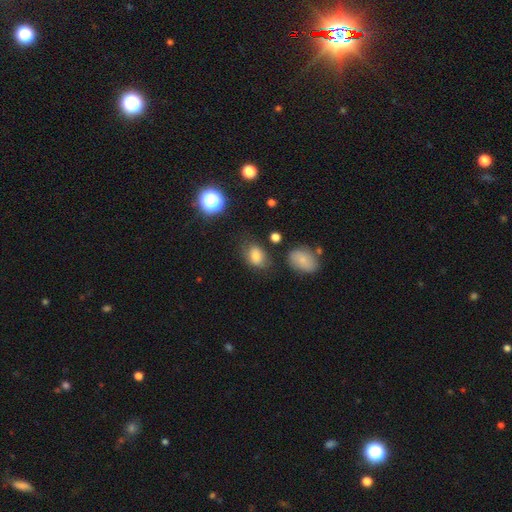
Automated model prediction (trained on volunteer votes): This appears to be a smooth galaxy with no disk features (74%) that is in between round and cigar-shaped (75%). Merging: none (64%).